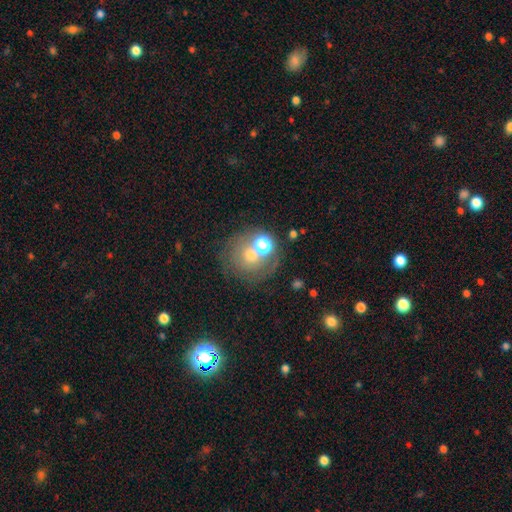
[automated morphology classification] smooth 46%, featured or disk 31%, star or artifact 23%. Down the decision tree: merging — none (57%).